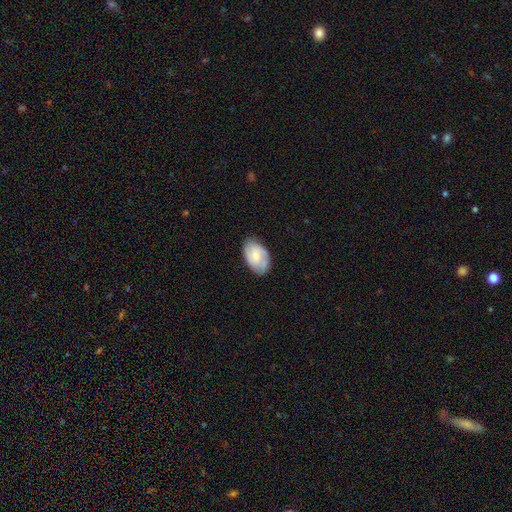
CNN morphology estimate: Smooth or featured: smooth — 54% (featured or disk — 39%)
How rounded: in between — 91% (round — 8%)
Merging: none — 75% (minor disturbance — 20%)